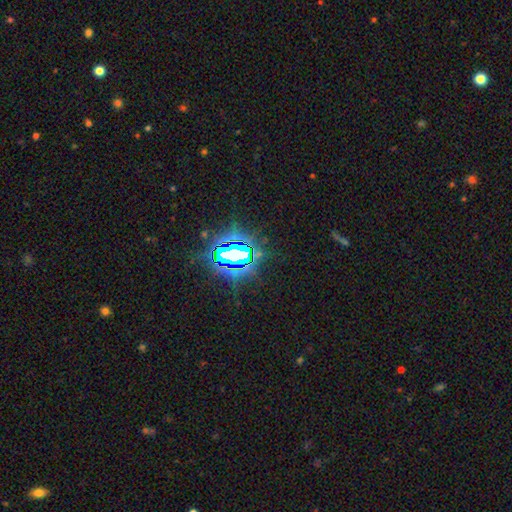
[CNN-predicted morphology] A star or artifact, not a galaxy (79%).

Vote fractions:
- Smooth or featured? star or artifact: 79% / smooth: 12% / featured or disk: 10%